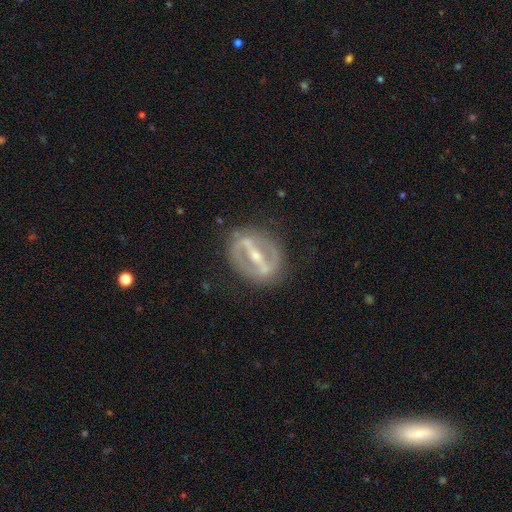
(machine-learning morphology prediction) Smooth or featured?
  - featured or disk: 84% *
  - smooth: 10%
  - star or artifact: 6%
Edge-on disk?
  - no: 86% *
  - yes: 14%
Bar?
  - strong: 83% *
  - weak: 12%
  - no: 5%
Spiral arms?
  - no: 62% *
  - yes: 38%
Bulge size?
  - small: 52% *
  - moderate: 43%
  - large: 2%
  - none: 1%
  - dominant: 1%
Merging?
  - none: 81% *
  - minor disturbance: 11%
  - major disturbance: 6%
  - merger: 1%